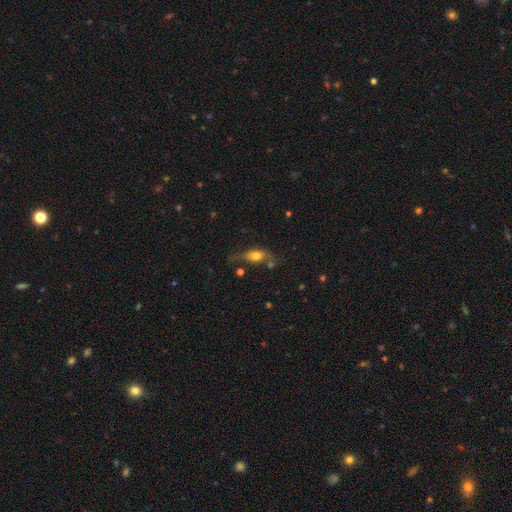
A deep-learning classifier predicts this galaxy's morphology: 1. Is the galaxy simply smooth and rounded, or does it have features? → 67% smooth, 23% featured or disk, 10% star or artifact.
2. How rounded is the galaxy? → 76% in between, 16% cigar-shaped, 9% round.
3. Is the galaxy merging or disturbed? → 53% none, 25% minor disturbance, 13% major disturbance, 9% merger.